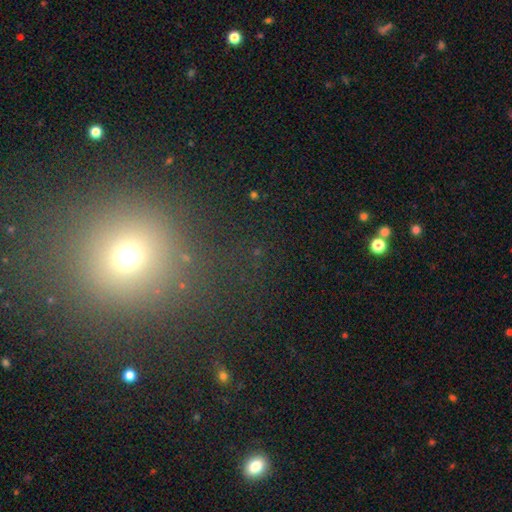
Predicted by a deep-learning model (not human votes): Smooth or featured? smooth (45%)
Merging? none (79%)